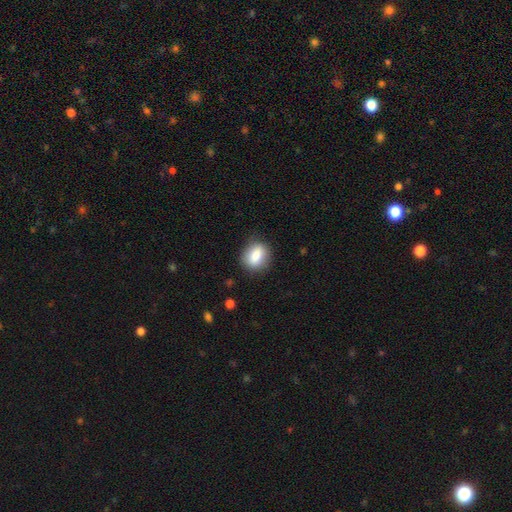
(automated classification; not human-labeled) smooth 82%, featured or disk 10%, star or artifact 8%. Down the decision tree: how rounded — in between (51%); merging — none (83%).